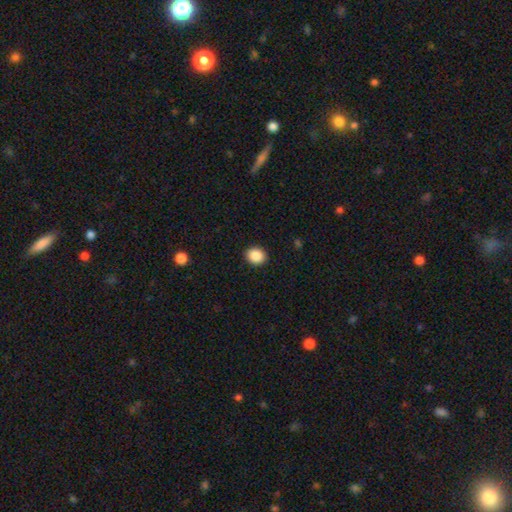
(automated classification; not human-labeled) Q: Smooth or featured?
A: smooth (88%); runner-up: star or artifact (8%)
Q: How rounded?
A: round (65%); runner-up: in between (34%)
Q: Merging?
A: none (91%); runner-up: minor disturbance (6%)